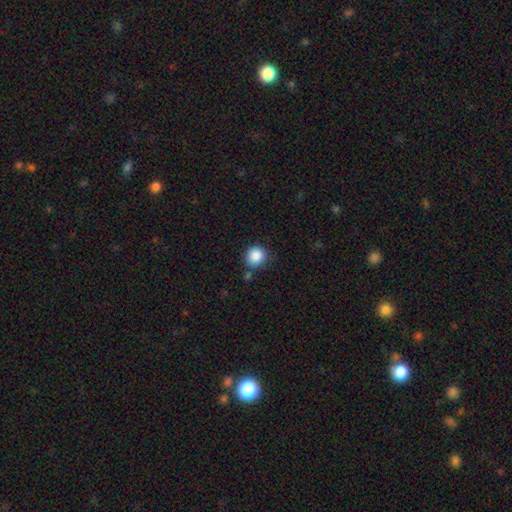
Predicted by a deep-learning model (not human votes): A smooth galaxy with no disk features (87%) that is round (92%). Merging: none (79%).